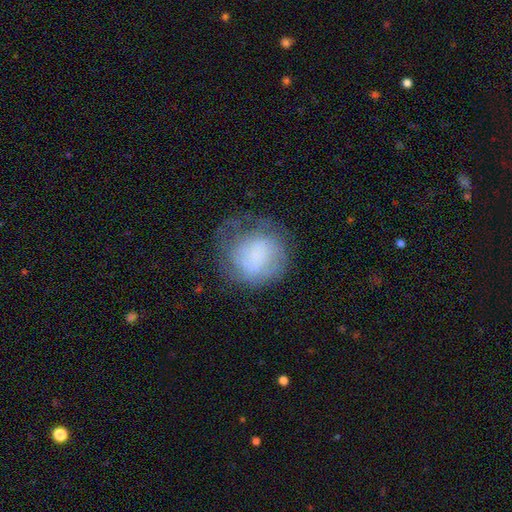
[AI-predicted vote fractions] A smooth galaxy with no disk features (51%) that is round (82%).

Vote fractions:
- Smooth or featured? smooth: 51% / featured or disk: 39% / star or artifact: 10%
- How rounded? round: 82% / in between: 17% / cigar-shaped: 1%
- Merging? none: 55% / minor disturbance: 24% / major disturbance: 19% / merger: 2%